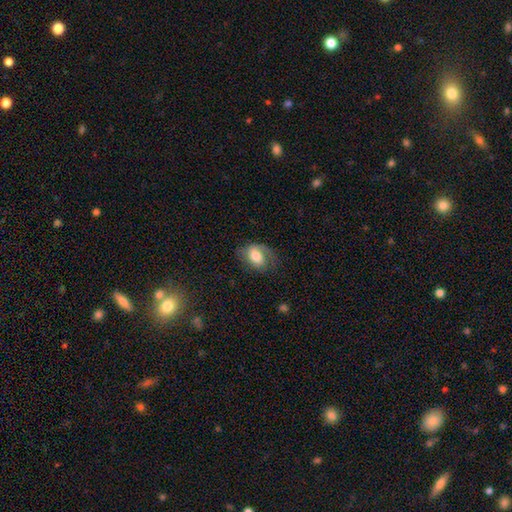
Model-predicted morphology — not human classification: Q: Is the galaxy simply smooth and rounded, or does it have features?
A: smooth — 62%.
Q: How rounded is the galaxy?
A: in between — 82%.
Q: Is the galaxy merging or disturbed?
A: none — 54%.